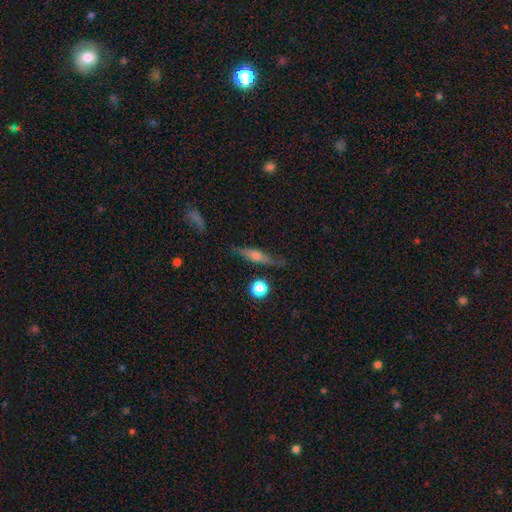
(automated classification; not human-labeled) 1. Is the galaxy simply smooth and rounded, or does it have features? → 52% featured or disk, 39% smooth, 9% star or artifact.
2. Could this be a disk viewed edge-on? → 90% yes, 10% no.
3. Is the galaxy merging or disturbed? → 80% none, 14% minor disturbance, 3% major disturbance, 2% merger.